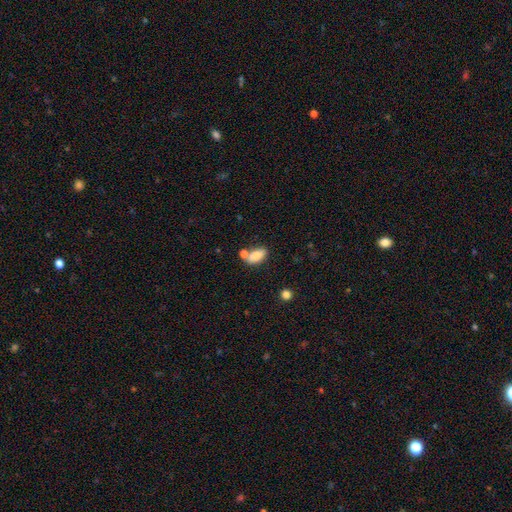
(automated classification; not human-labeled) Q: Smooth or featured?
A: smooth (82%); runner-up: featured or disk (10%)
Q: How rounded?
A: in between (84%); runner-up: cigar-shaped (11%)
Q: Merging?
A: none (58%); runner-up: merger (23%)